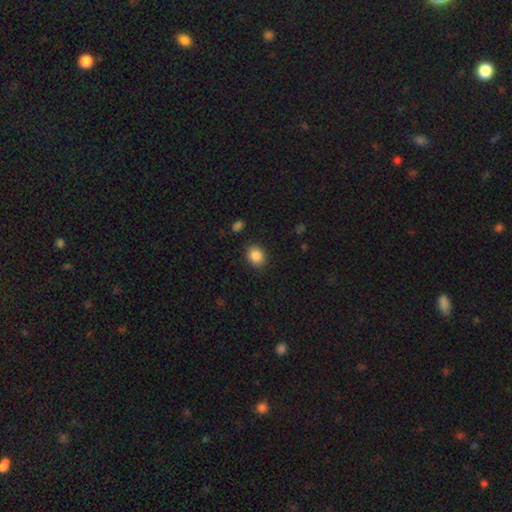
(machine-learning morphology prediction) This is clearly a smooth galaxy (87%). How rounded: possibly round (54%). Merging: clearly none (87%).